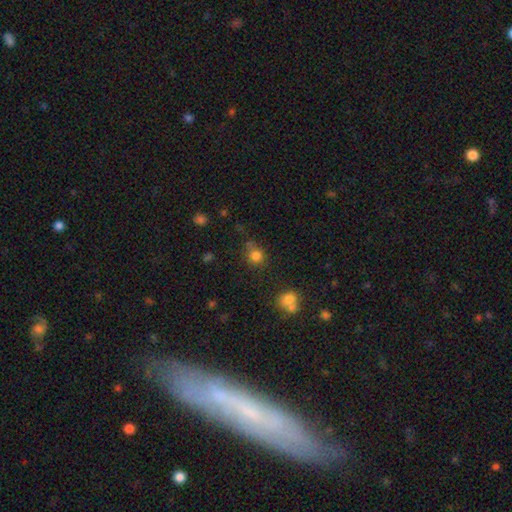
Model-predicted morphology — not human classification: A smooth galaxy with no disk features (81%) that is round (82%).

Vote fractions:
- Smooth or featured? smooth: 81% / star or artifact: 13% / featured or disk: 6%
- How rounded? round: 82% / in between: 17% / cigar-shaped: 1%
- Merging? none: 62% / minor disturbance: 19% / merger: 12% / major disturbance: 7%